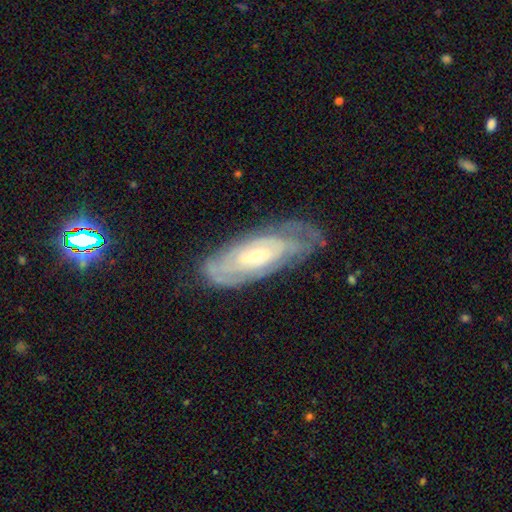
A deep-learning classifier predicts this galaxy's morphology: Overall: featured or disk (79%). Edge-on disk: no (88%). Bar: no (66%). Spiral arms: yes (87%). Spiral arm count: can't tell (57%; 2 20%). Spiral winding: tight (76%). Bulge size: small (73%). Merging: none (67%).